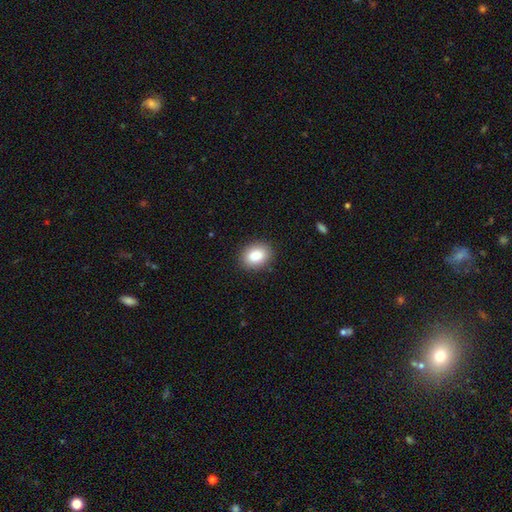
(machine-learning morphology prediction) The model was most divided on "how rounded": in between: 69%, round: 30%, cigar-shaped: 1%. More confident: merging — none (89%); smooth or featured — smooth (86%).